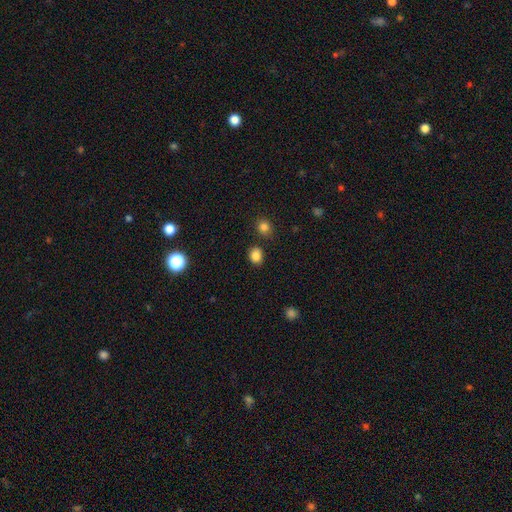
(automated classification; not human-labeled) Overall: smooth (84%). How rounded: round (65%; in between 34%). Merging: none (82%).